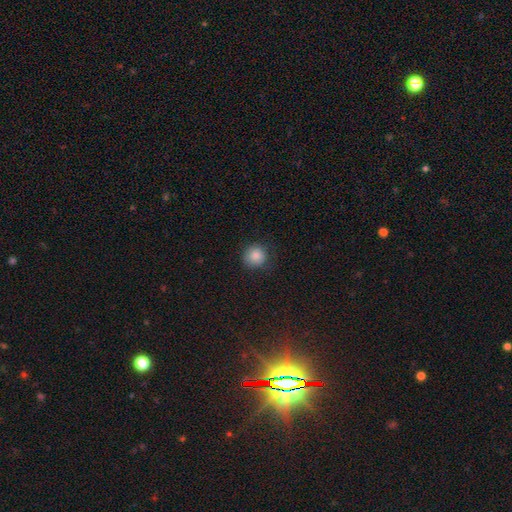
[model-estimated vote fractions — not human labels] smooth 85%, star or artifact 10%, featured or disk 5%. Down the decision tree: how rounded — round (91%); merging — none (80%).